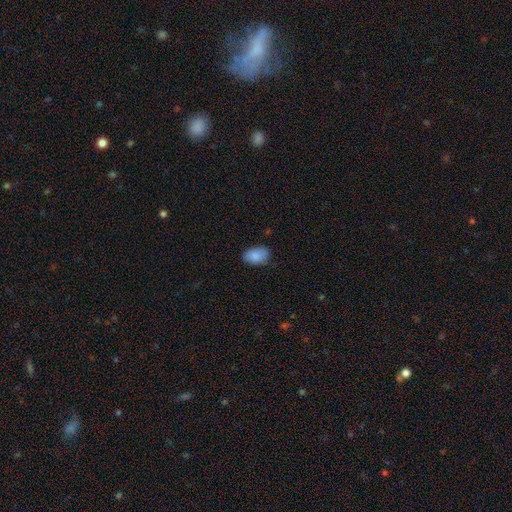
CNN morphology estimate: Overall: smooth (88%). How rounded: in between (88%). Merging: none (77%).